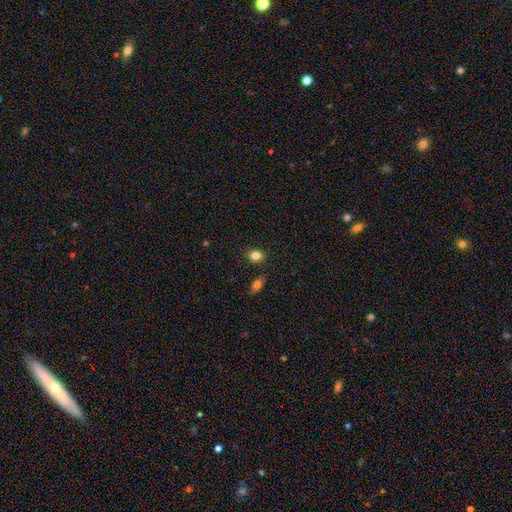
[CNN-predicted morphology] The model was most divided on "how rounded": in between: 67%, round: 31%, cigar-shaped: 2%. More confident: merging — none (84%); smooth or featured — smooth (82%).